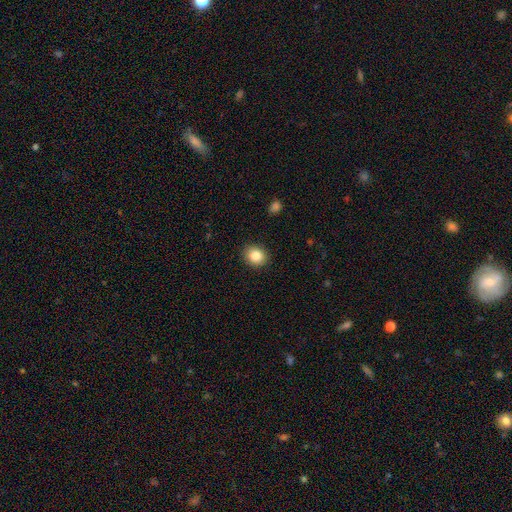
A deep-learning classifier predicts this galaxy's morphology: type=smooth (85%); roundness=round (66%); merging=none (90%).